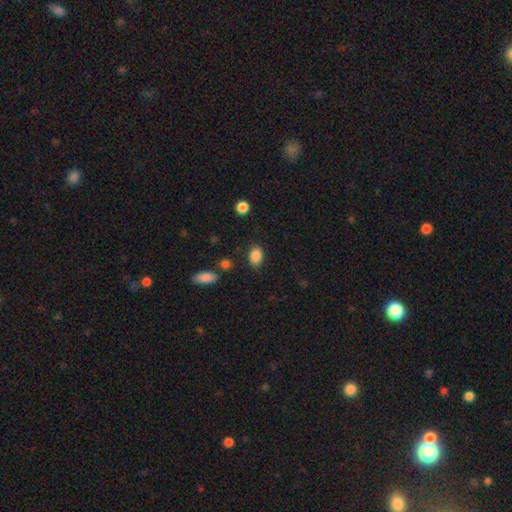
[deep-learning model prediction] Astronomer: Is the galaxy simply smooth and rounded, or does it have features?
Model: smooth — 87%.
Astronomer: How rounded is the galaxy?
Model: in between — 83%.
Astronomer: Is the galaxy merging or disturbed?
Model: none — 82%.